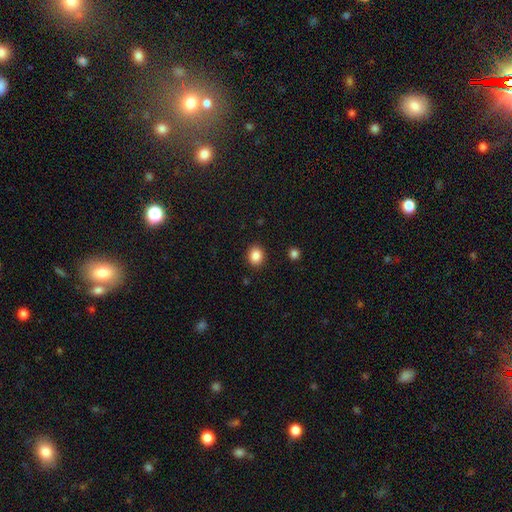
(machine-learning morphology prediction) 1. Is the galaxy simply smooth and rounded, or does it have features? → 86% smooth, 10% star or artifact, 4% featured or disk.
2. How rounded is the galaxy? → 60% round, 39% in between, 1% cigar-shaped.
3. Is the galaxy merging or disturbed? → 90% none, 7% minor disturbance, 2% major disturbance, 1% merger.